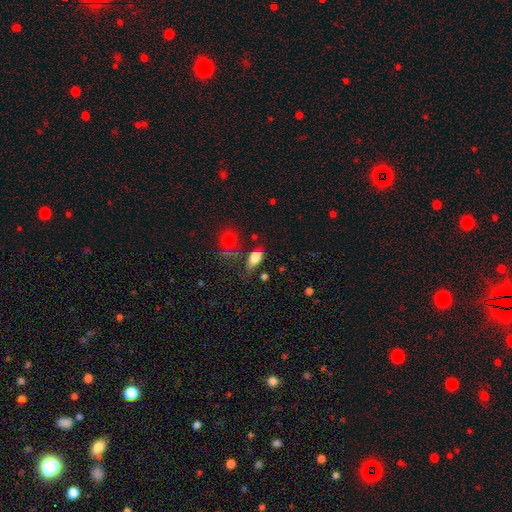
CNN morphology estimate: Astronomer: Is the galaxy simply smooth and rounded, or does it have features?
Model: smooth — 82%.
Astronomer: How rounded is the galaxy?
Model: in between — 88%.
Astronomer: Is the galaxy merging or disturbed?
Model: none — 55%.